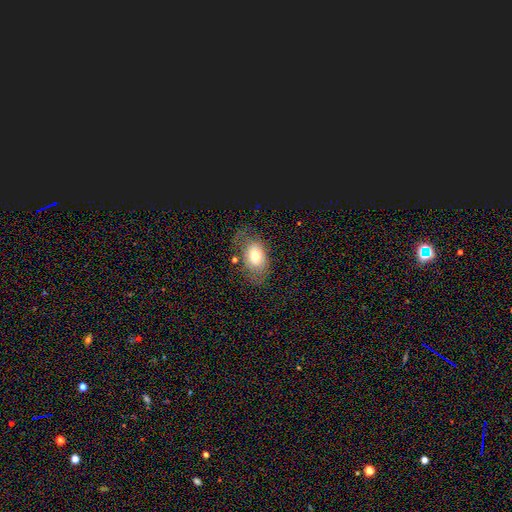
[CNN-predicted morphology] Q: Smooth or featured?
A: smooth (64%); runner-up: featured or disk (24%)
Q: How rounded?
A: in between (81%); runner-up: round (18%)
Q: Merging?
A: none (55%); runner-up: minor disturbance (24%)